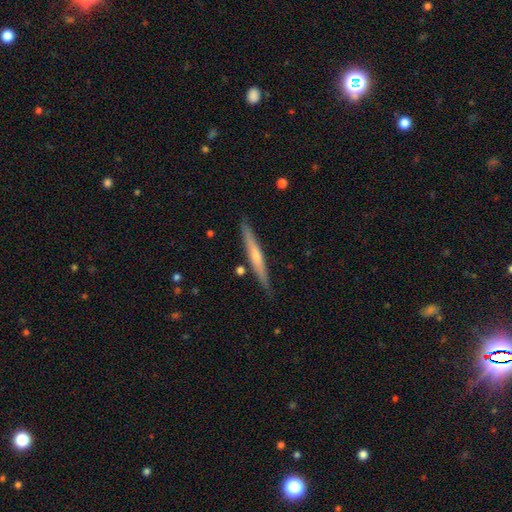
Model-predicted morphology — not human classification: featured or disk 52%, smooth 42%, star or artifact 6%. Down the decision tree: edge-on disk — yes (96%); merging — none (86%).